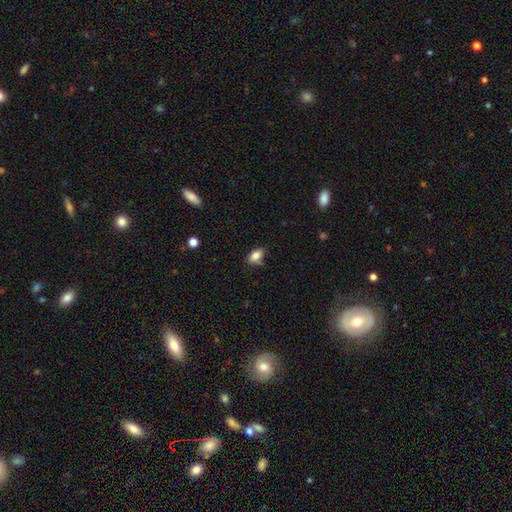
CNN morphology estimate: Smooth or featured: smooth — 82% (star or artifact — 9%)
How rounded: in between — 86% (round — 10%)
Merging: none — 60% (minor disturbance — 27%)